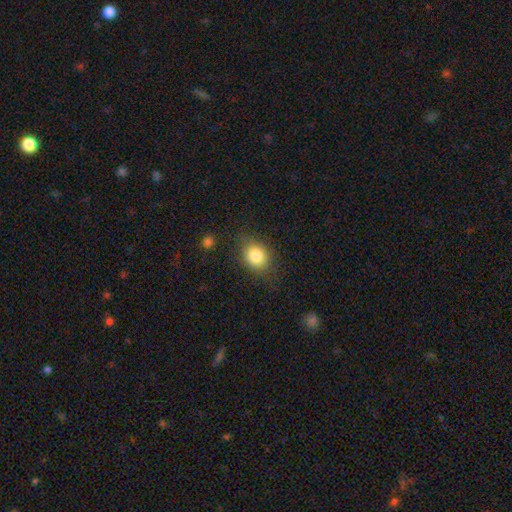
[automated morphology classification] Overall: smooth (82%). How rounded: round (52%; in between 47%). Merging: none (76%).